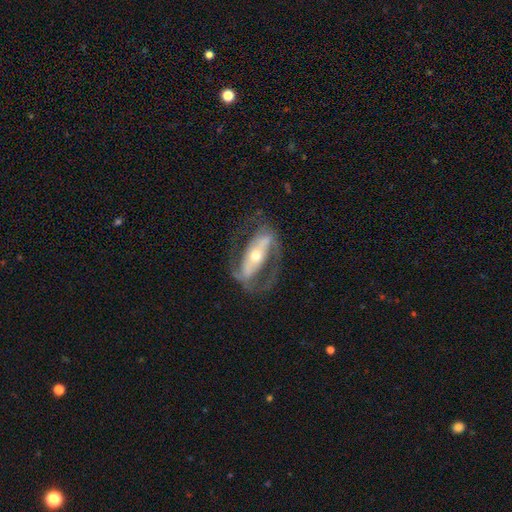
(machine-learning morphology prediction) The model was most divided on "spiral winding": medium: 48%, tight: 28%, loose: 24%. More confident: edge-on disk — no (89%); spiral arm count — 2 (84%); smooth or featured — featured or disk (82%); spiral arms — yes (79%); merging — none (65%); bar — strong (58%); bulge size — moderate (56%).